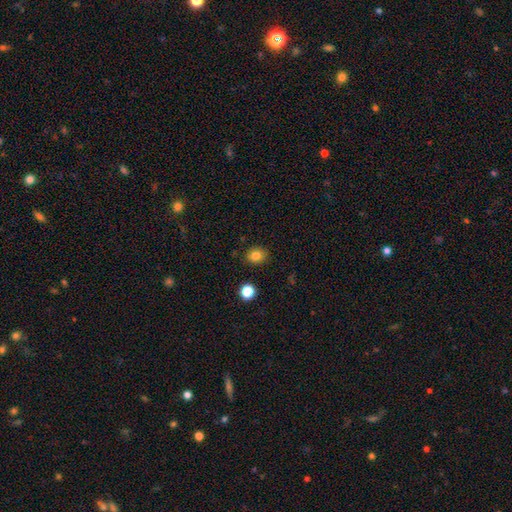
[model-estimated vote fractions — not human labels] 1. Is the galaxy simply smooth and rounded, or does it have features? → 82% smooth, 12% star or artifact, 6% featured or disk.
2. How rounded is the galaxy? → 67% round, 32% in between, 1% cigar-shaped.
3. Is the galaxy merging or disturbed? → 88% none, 8% minor disturbance, 2% major disturbance, 2% merger.